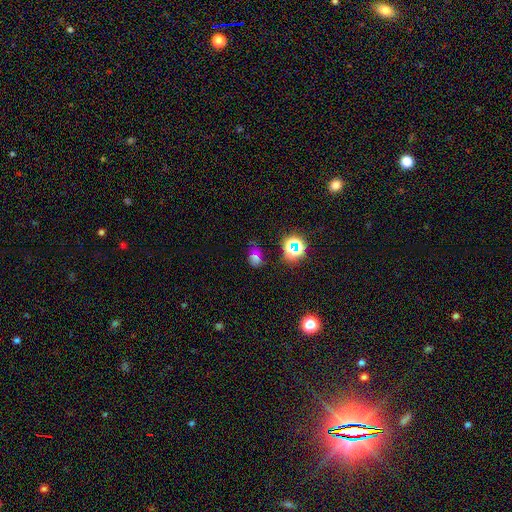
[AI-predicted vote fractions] Smooth or featured: smooth — 51% (star or artifact — 35%)
How rounded: in between — 67% (round — 32%)
Merging: none — 58% (minor disturbance — 25%)